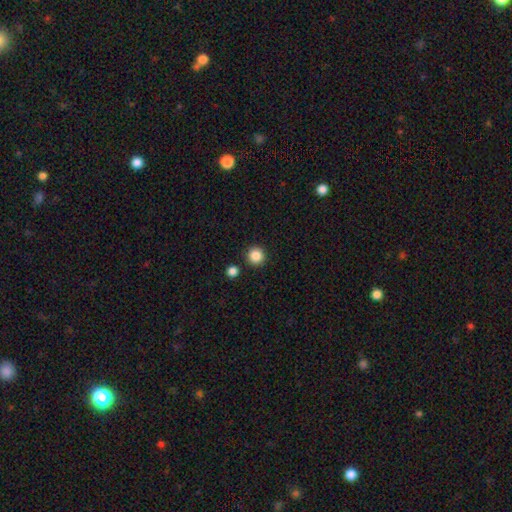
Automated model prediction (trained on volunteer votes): A smooth galaxy with no disk features (87%) that is round (95%).

Vote fractions:
- Smooth or featured? smooth: 87% / star or artifact: 10% / featured or disk: 3%
- How rounded? round: 95% / in between: 4% / cigar-shaped: 1%
- Merging? none: 90% / minor disturbance: 5% / merger: 4% / major disturbance: 2%